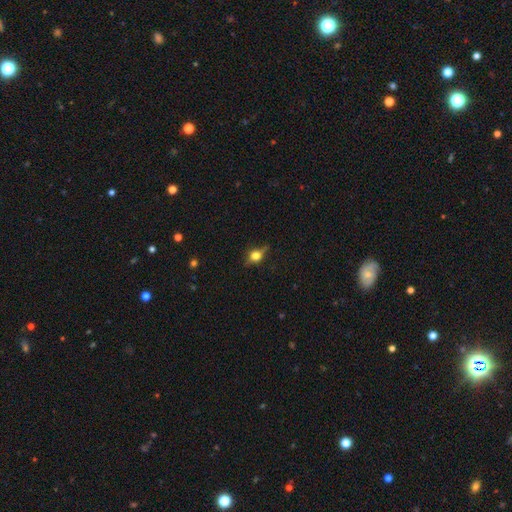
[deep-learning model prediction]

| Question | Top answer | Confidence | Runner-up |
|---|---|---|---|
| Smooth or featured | smooth | 52% | featured or disk (34%) |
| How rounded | round | 51% | in between (40%) |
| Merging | none | 71% | minor disturbance (20%) |